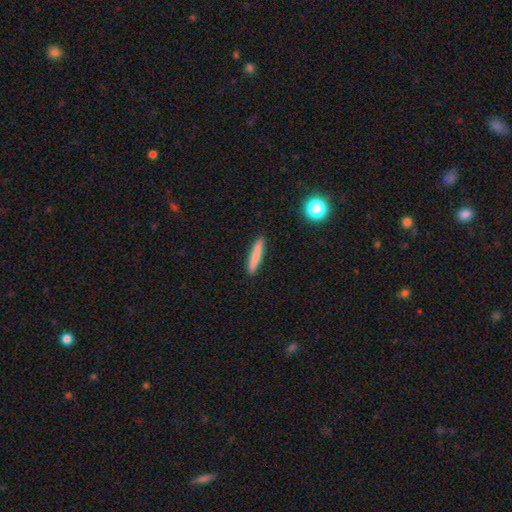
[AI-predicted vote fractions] Smooth or featured: smooth — 81% (featured or disk — 12%)
How rounded: cigar-shaped — 90% (in between — 8%)
Merging: none — 91% (minor disturbance — 6%)